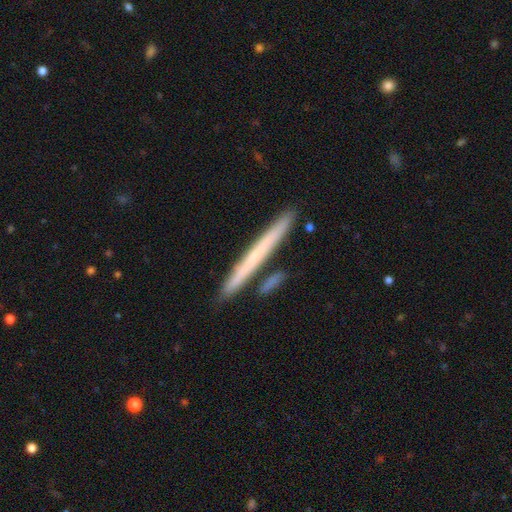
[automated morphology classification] smooth 53%, featured or disk 41%, star or artifact 6%. Down the decision tree: how rounded — cigar-shaped (97%); merging — none (85%).